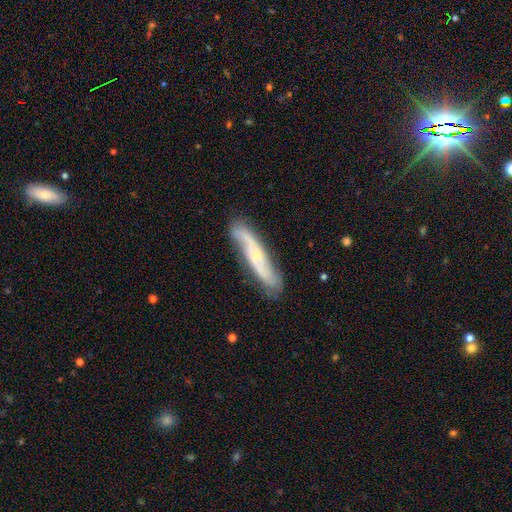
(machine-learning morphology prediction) smooth_or_featured: featured or disk (p=0.73) [alt: smooth p=0.21]
disk_edge_on: no (p=0.69) [alt: yes p=0.31]
bar: no (p=0.57) [alt: weak p=0.32]
has_spiral_arms: yes (p=0.93) [alt: no p=0.07]
bulge_size: small (p=0.66) [alt: moderate p=0.26]
merging: none (p=0.79) [alt: minor disturbance p=0.16]